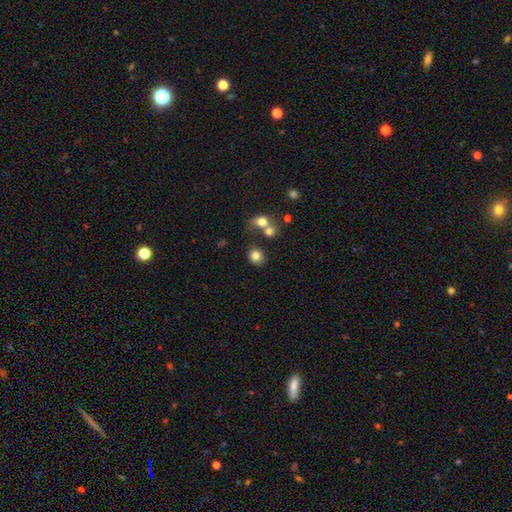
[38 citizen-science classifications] Smooth or featured? smooth (89%)
How rounded? round (71%)
Merging? none (66%)